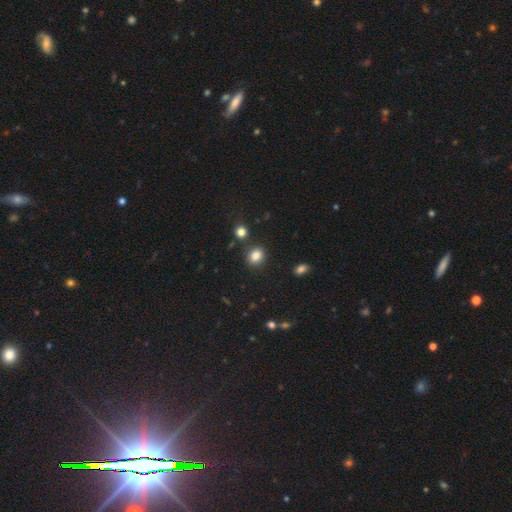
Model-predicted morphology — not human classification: Smooth or featured? smooth (83%)
How rounded? round (66%)
Merging? none (84%)